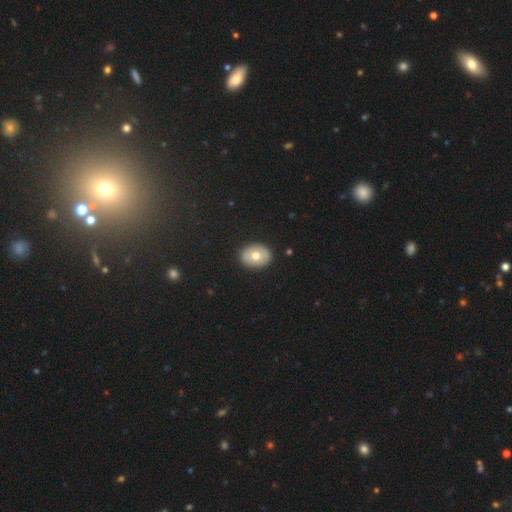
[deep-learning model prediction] Overall: smooth (68%). How rounded: in between (65%; round 34%). Merging: none (89%).